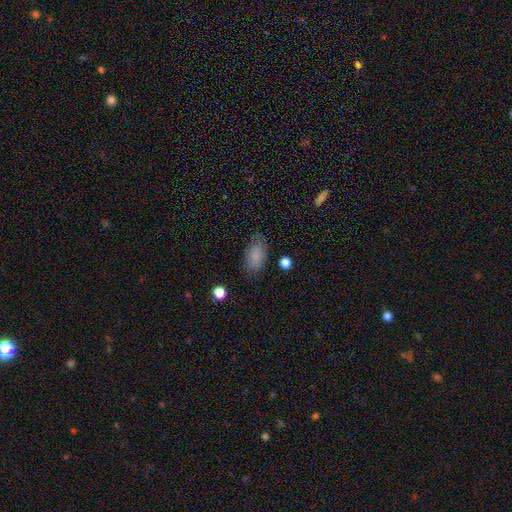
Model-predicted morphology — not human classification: A smooth galaxy with no disk features (82%) that is in between round and cigar-shaped (92%). Merging: none (73%).